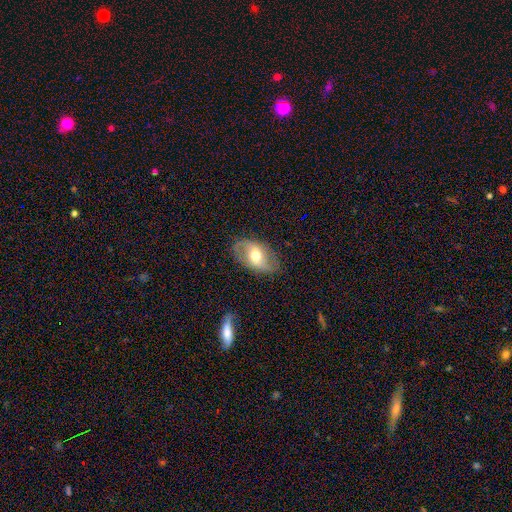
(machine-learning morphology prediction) featured or disk 67%, smooth 27%, star or artifact 7%. Down the decision tree: edge-on disk — no (93%); bar — weak (45%); spiral arms — yes (79%); bulge size — moderate (71%); merging — none (79%).